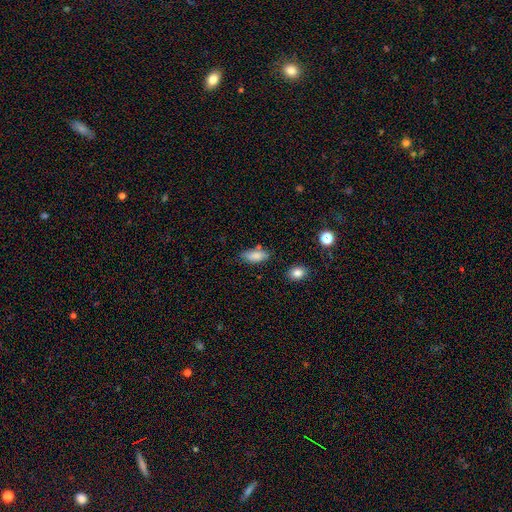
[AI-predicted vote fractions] A smooth galaxy with no disk features (83%) that is in between round and cigar-shaped (84%).

Vote fractions:
- Smooth or featured? smooth: 83% / star or artifact: 8% / featured or disk: 8%
- How rounded? in between: 84% / cigar-shaped: 13% / round: 3%
- Merging? none: 70% / minor disturbance: 20% / merger: 5% / major disturbance: 5%